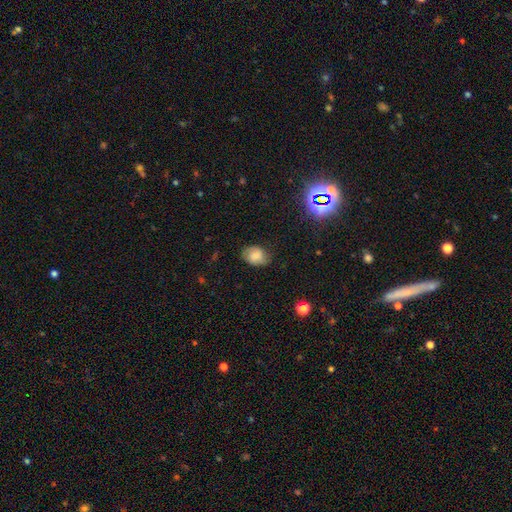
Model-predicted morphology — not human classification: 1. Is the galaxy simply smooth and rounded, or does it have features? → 74% smooth, 16% featured or disk, 10% star or artifact.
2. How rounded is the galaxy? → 68% in between, 31% round, 1% cigar-shaped.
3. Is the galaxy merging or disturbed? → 70% none, 23% minor disturbance, 6% major disturbance, 1% merger.